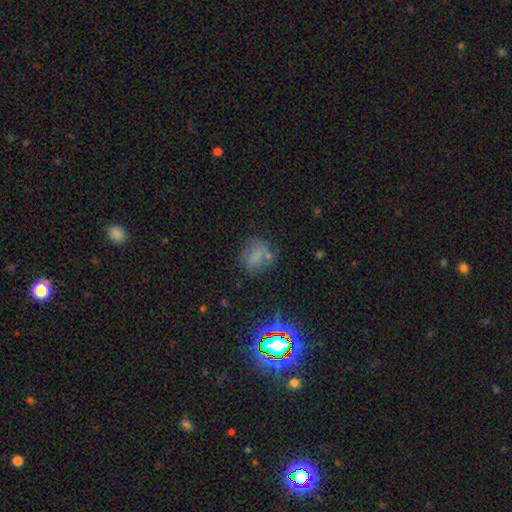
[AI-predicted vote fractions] Overall: smooth (62%; star or artifact 23%). How rounded: round (49%; in between 48%). Merging: none (67%).